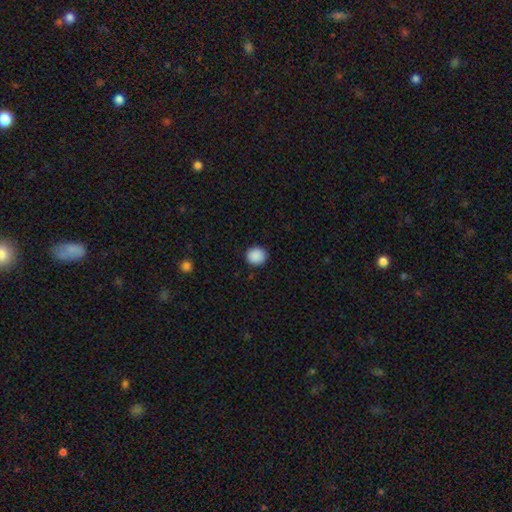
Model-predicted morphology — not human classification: Q: Smooth or featured?
A: smooth (89%); runner-up: star or artifact (8%)
Q: How rounded?
A: round (82%); runner-up: in between (17%)
Q: Merging?
A: none (89%); runner-up: minor disturbance (7%)